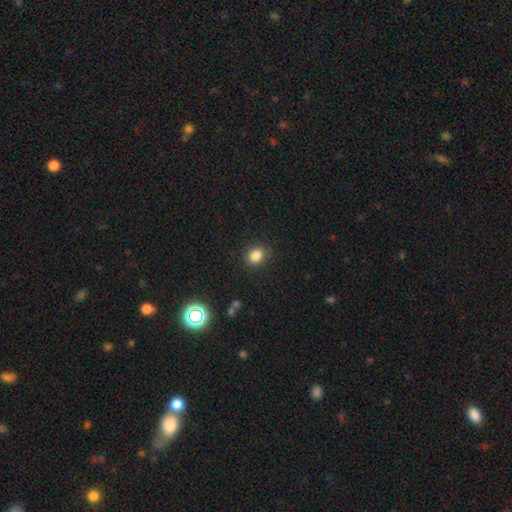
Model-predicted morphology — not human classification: This is clearly a smooth galaxy (83%). How rounded: possibly round (57%). Merging: clearly none (86%).